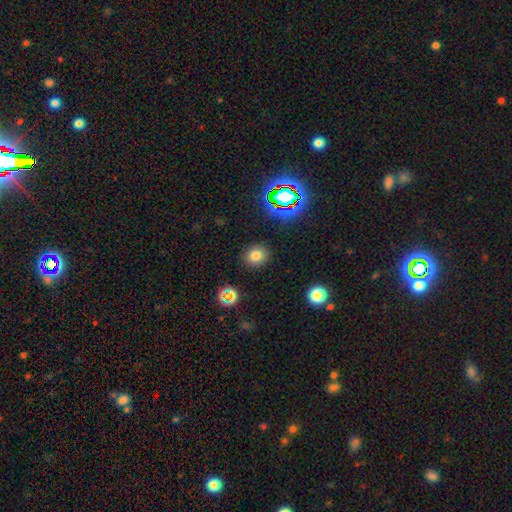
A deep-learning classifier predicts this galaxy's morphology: Smooth or featured? smooth (75%)
How rounded? round (75%)
Merging? none (88%)